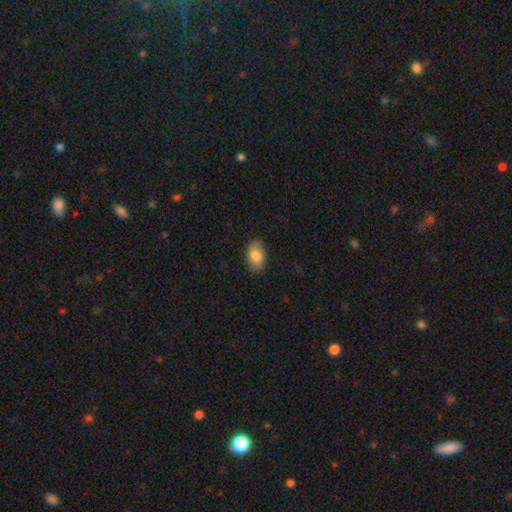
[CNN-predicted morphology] Smooth or featured?
  - smooth: 83% *
  - featured or disk: 10%
  - star or artifact: 7%
How rounded?
  - in between: 89% *
  - round: 10%
  - cigar-shaped: 1%
Merging?
  - none: 83% *
  - minor disturbance: 13%
  - major disturbance: 3%
  - merger: 1%